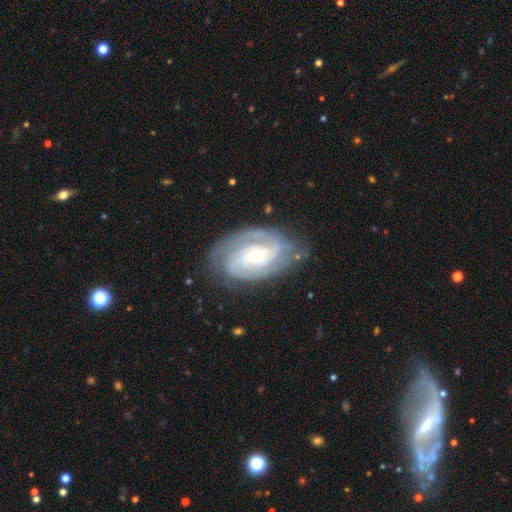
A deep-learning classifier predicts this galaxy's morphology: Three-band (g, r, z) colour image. It shows a featured or disk galaxy (88%) with no bar (48%), 2 (49%) tight (63%) spiral arms (97%) and a moderate central bulge (54%). Merging: none (76%).